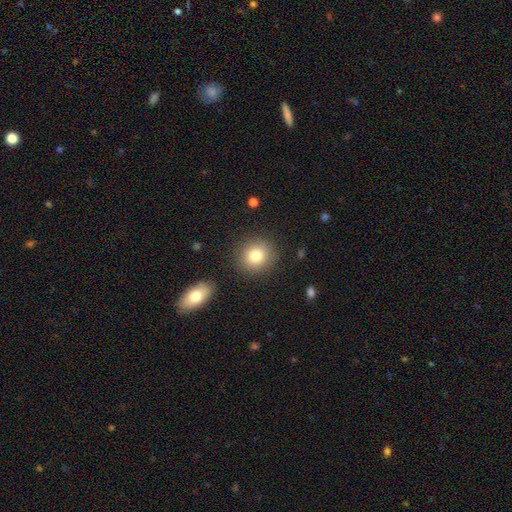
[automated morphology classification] A smooth galaxy with no disk features (82%) that is round (88%). Merging: none (87%).